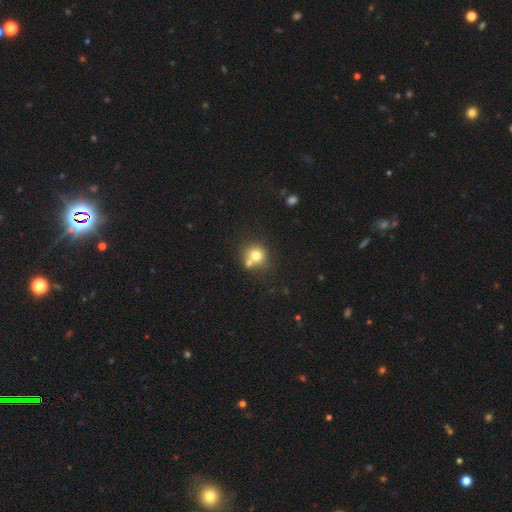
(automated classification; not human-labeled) This appears to be a smooth galaxy with no disk features (73%) that is round (87%). Merging: none (54%).